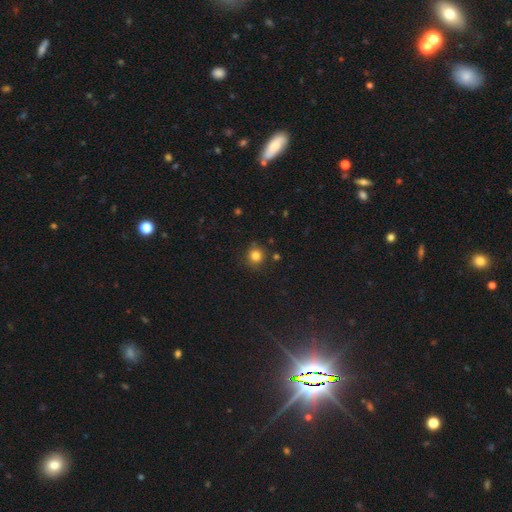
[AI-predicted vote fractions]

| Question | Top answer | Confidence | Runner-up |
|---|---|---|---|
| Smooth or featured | smooth | 82% | star or artifact (13%) |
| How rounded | round | 90% | in between (9%) |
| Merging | none | 83% | minor disturbance (11%) |